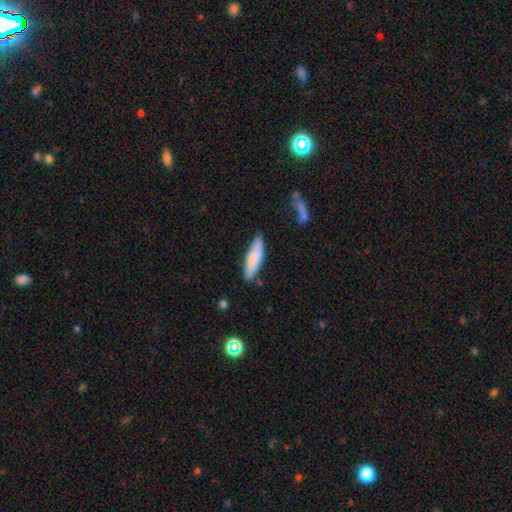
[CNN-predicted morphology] Smooth or featured?
  - smooth: 74% *
  - featured or disk: 19%
  - star or artifact: 7%
How rounded?
  - cigar-shaped: 64% *
  - in between: 34%
  - round: 2%
Merging?
  - none: 78% *
  - minor disturbance: 16%
  - major disturbance: 3%
  - merger: 3%